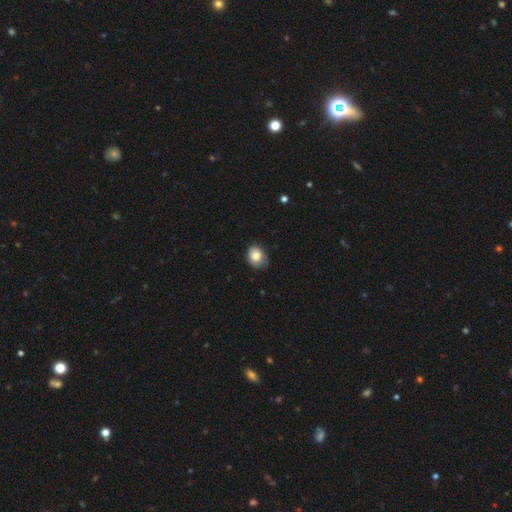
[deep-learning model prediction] This appears to be a smooth galaxy with no disk features (81%) that is round (52%). Merging: none (71%).